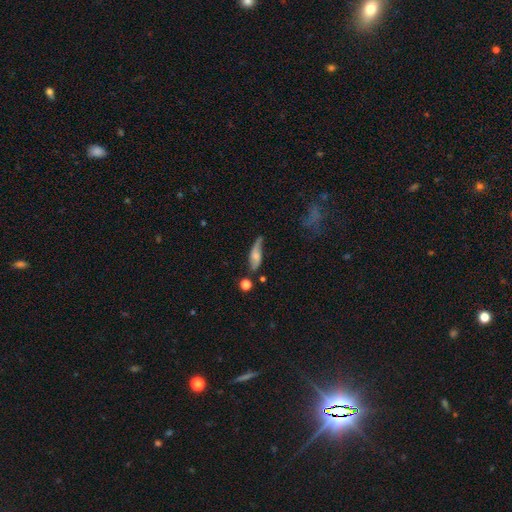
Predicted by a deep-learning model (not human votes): A featured or disk galaxy (49%). Merging: none (52%).